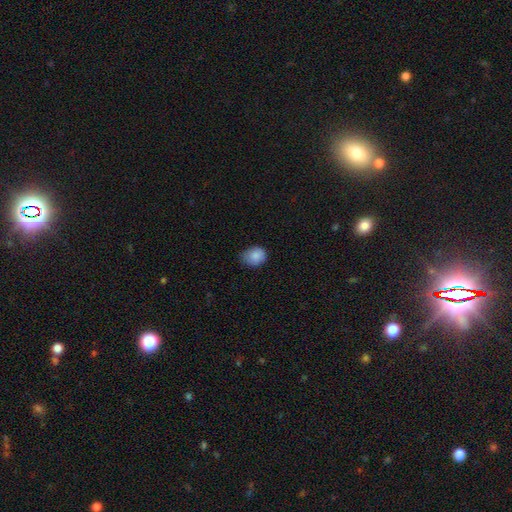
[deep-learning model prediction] Smooth or featured?
  - smooth: 86% *
  - star or artifact: 8%
  - featured or disk: 6%
How rounded?
  - round: 55% *
  - in between: 44%
  - cigar-shaped: 1%
Merging?
  - none: 65% *
  - minor disturbance: 30%
  - major disturbance: 4%
  - merger: 1%